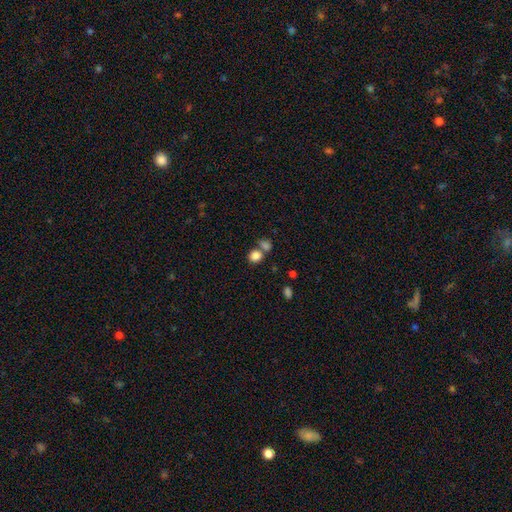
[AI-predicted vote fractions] Overall: smooth (83%). How rounded: round (74%). Merging: none (54%; merger 32%).